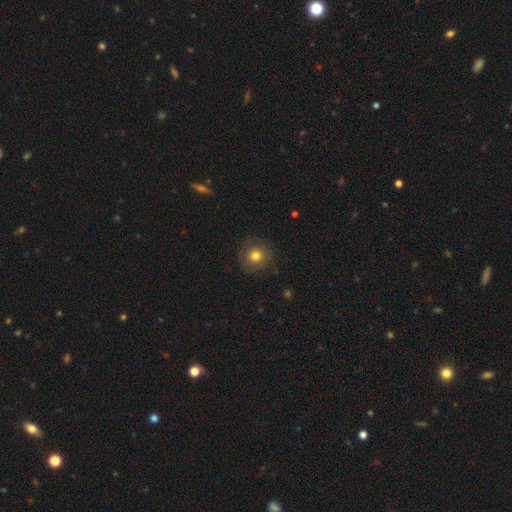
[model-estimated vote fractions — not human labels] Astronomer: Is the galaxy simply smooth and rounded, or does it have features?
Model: smooth — 75%.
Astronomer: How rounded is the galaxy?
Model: round — 92%.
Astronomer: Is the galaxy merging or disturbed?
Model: none — 86%.